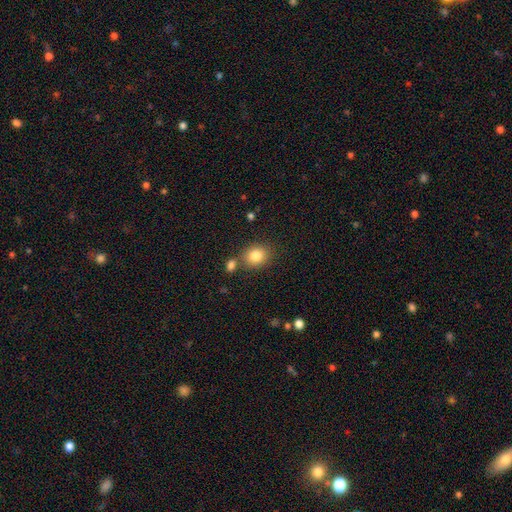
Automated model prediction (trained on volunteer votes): This appears to be a smooth galaxy with no disk features (83%) that is round (60%). Merging: none (71%).